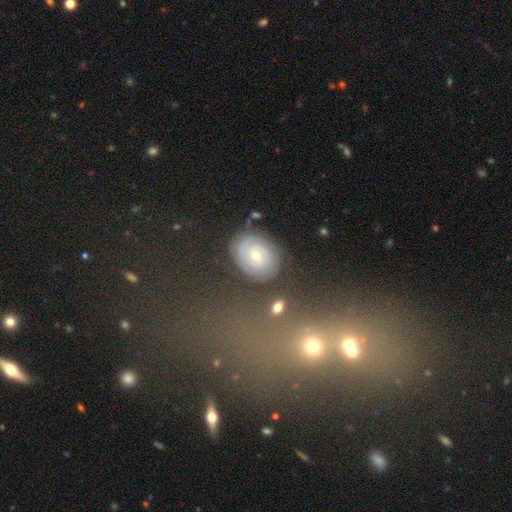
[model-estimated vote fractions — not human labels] Smooth or featured? Predicted: featured or disk (p=0.74). Edge-on disk? Predicted: no (p=0.97). Bar? Predicted: no (p=0.66). Spiral arms? Predicted: yes (p=0.92). Spiral winding? Predicted: tight (p=0.78). Spiral arm count? Predicted: 2 (p=0.40). Bulge size? Predicted: small (p=0.51). Merging? Predicted: none (p=0.78).